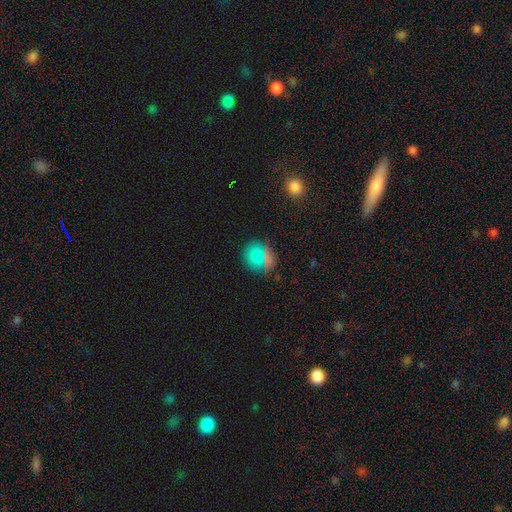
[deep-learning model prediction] The model was most divided on "smooth or featured": smooth: 76%, star or artifact: 18%, featured or disk: 6%. More confident: merging — none (82%); how rounded — round (81%).